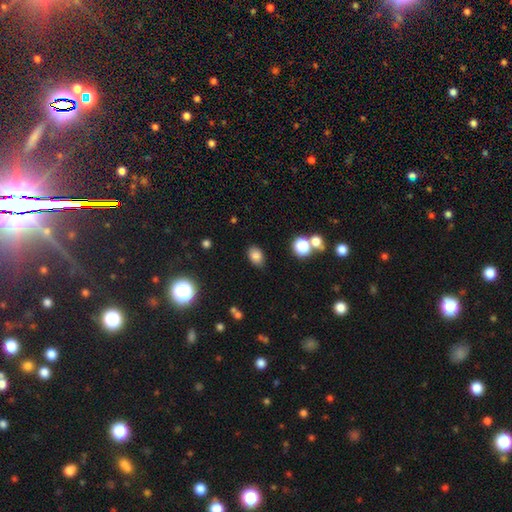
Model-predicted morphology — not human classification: This appears to be a smooth galaxy with no disk features (81%) that is in between round and cigar-shaped (77%). Merging: none (82%).